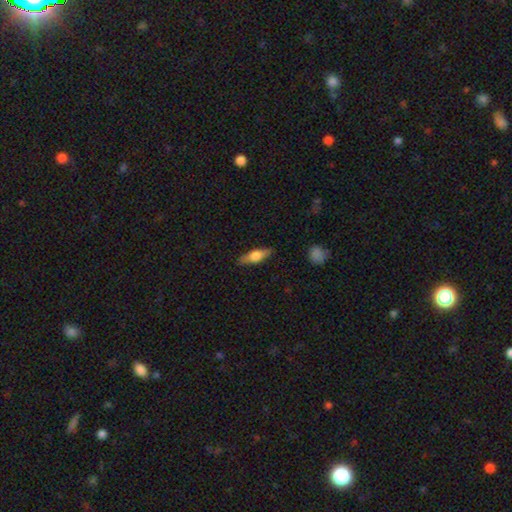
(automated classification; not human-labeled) smooth-or-featured: smooth: 48% | featured or disk: 46% | star or artifact: 6%
  merging: none: 87% | minor disturbance: 10% | major disturbance: 2% | merger: 1%